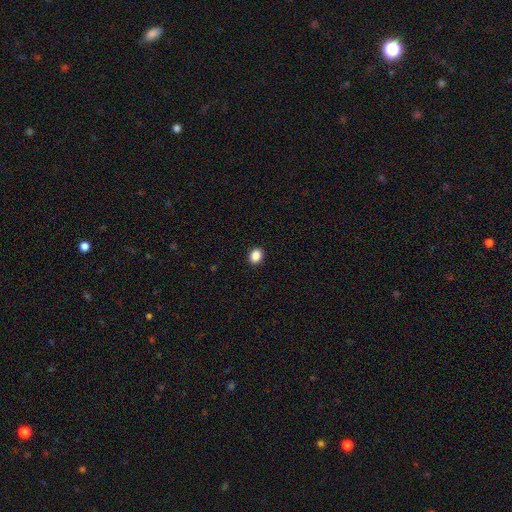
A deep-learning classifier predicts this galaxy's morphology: Smooth or featured: smooth — 88% (star or artifact — 9%)
How rounded: round — 56% (in between — 43%)
Merging: none — 92% (minor disturbance — 5%)